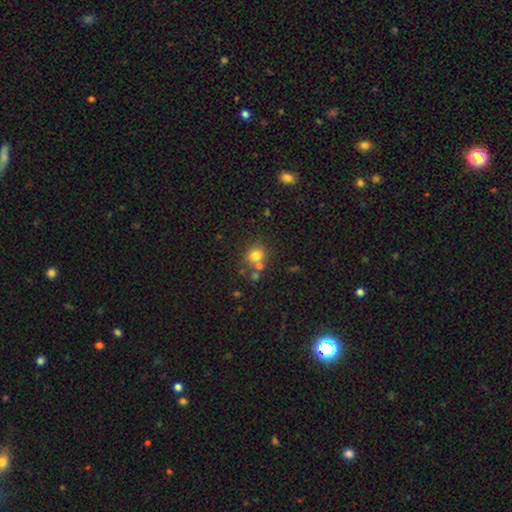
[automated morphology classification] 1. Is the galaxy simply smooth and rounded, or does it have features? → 76% smooth, 14% star or artifact, 9% featured or disk.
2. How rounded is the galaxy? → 75% round, 24% in between, 1% cigar-shaped.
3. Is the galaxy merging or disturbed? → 62% none, 22% merger, 11% minor disturbance, 4% major disturbance.